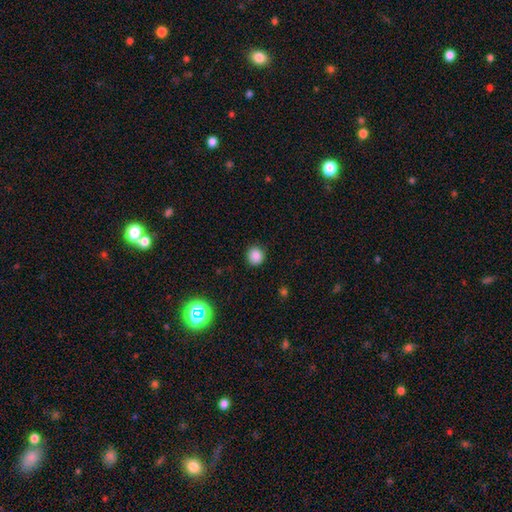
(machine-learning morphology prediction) Smooth or featured?
  - smooth: 85% *
  - star or artifact: 12%
  - featured or disk: 3%
How rounded?
  - round: 87% *
  - in between: 12%
  - cigar-shaped: 1%
Merging?
  - none: 88% *
  - minor disturbance: 9%
  - major disturbance: 2%
  - merger: 1%